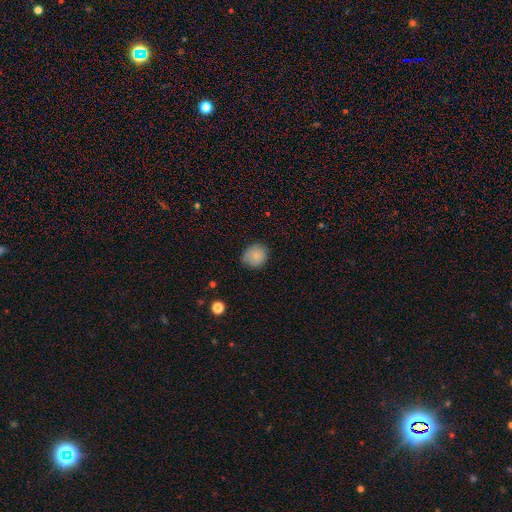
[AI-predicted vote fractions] Smooth or featured? smooth (85%)
How rounded? round (74%)
Merging? none (75%)